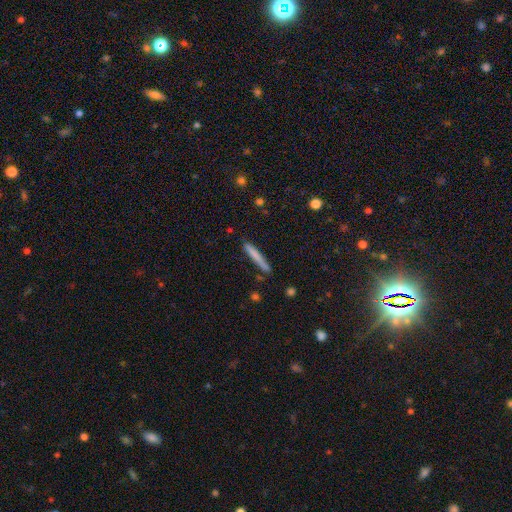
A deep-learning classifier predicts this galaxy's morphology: Smooth or featured?
  - smooth: 72% *
  - featured or disk: 21%
  - star or artifact: 6%
How rounded?
  - cigar-shaped: 96% *
  - in between: 3%
  - round: 1%
Merging?
  - none: 84% *
  - minor disturbance: 12%
  - merger: 2%
  - major disturbance: 2%